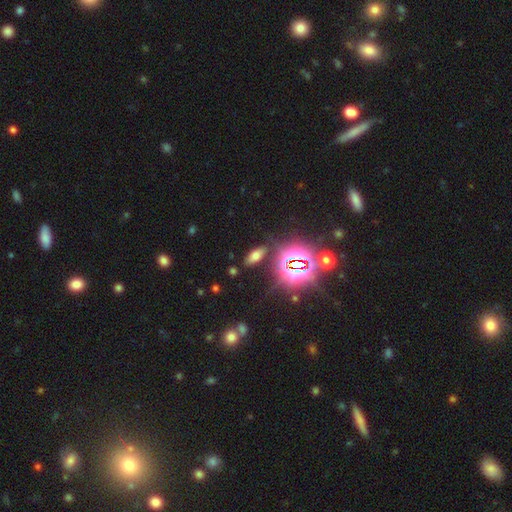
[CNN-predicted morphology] This appears to be a smooth galaxy with no disk features (52%) that is in between round and cigar-shaped (78%). Merging: none (85%).